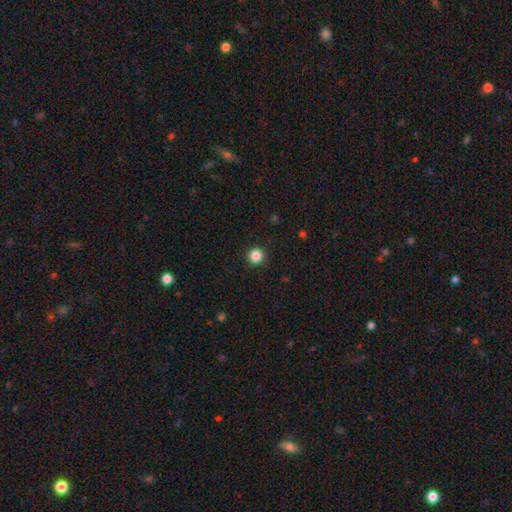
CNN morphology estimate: This is clearly a smooth galaxy (86%). How rounded: clearly round (94%). Merging: clearly none (92%).